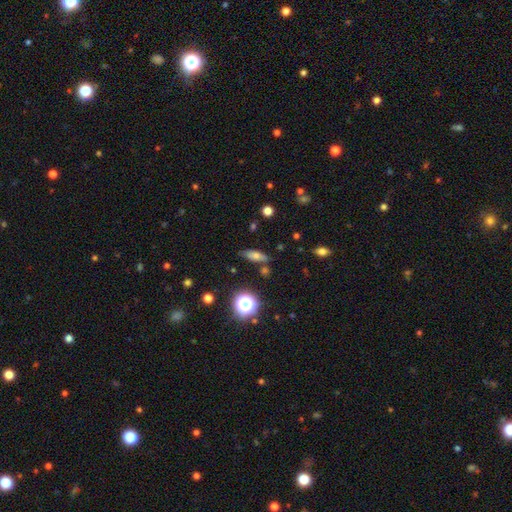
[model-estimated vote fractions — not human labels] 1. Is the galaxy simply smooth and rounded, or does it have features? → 61% smooth, 24% featured or disk, 15% star or artifact.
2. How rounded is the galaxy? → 56% in between, 36% cigar-shaped, 8% round.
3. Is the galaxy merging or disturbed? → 78% none, 14% minor disturbance, 5% merger, 3% major disturbance.